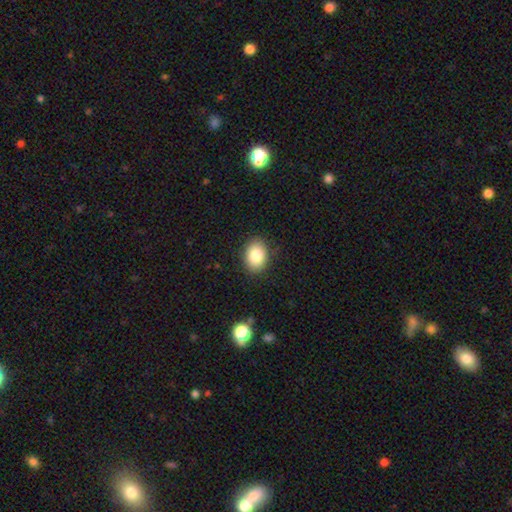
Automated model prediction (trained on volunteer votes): smooth-or-featured: smooth: 85% | star or artifact: 8% | featured or disk: 7%
  how-rounded: in between: 72% | round: 27% | cigar-shaped: 1%
  merging: none: 87% | minor disturbance: 9% | major disturbance: 2% | merger: 1%